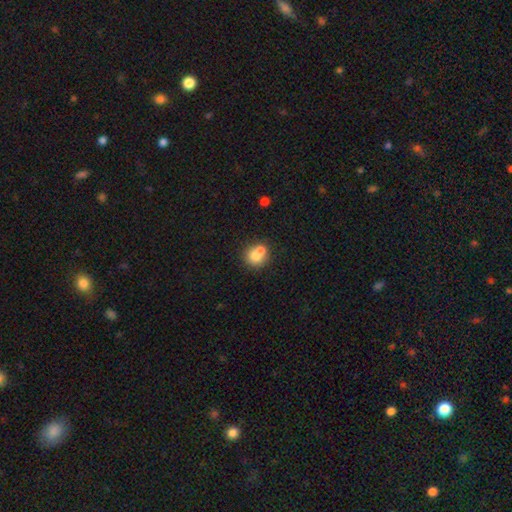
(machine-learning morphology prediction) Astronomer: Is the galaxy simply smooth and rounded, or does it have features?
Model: smooth — 72%.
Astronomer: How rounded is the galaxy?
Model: round — 82%.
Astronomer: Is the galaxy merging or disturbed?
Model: merger — 50% (runner-up: none, 40%).